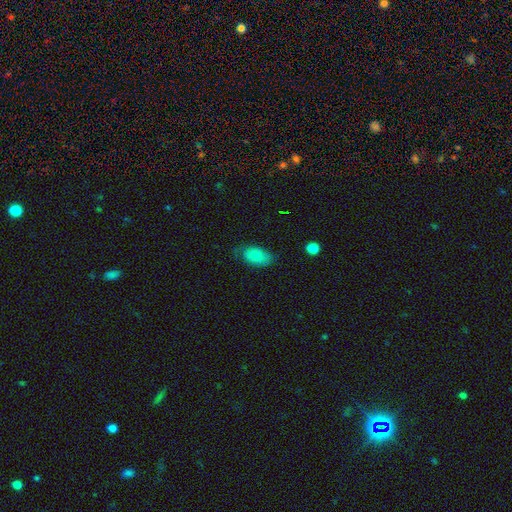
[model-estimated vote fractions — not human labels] Overall: smooth (77%). How rounded: in between (91%). Merging: none (64%; minor disturbance 27%).